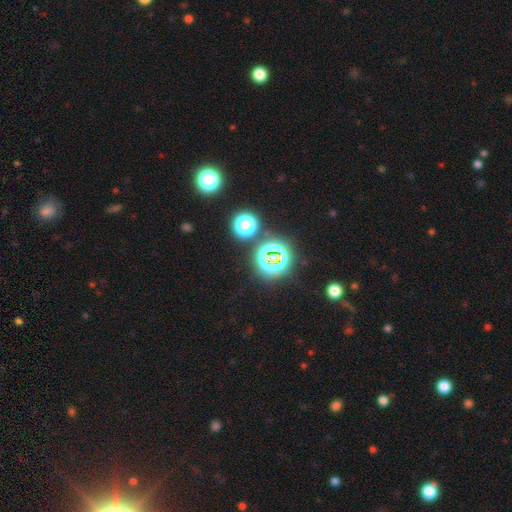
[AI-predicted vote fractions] star or artifact 77%, smooth 16%, featured or disk 6%.